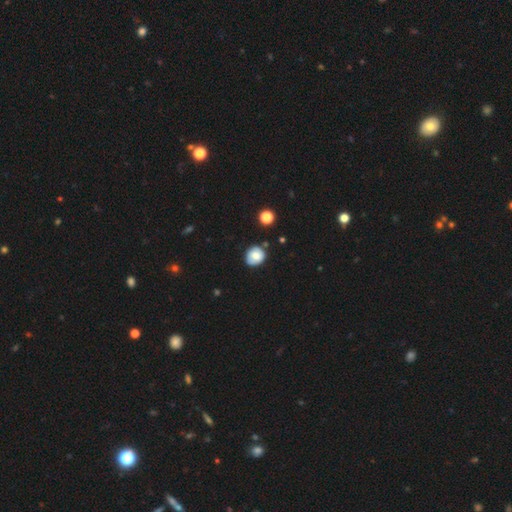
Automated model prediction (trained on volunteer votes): smooth-or-featured: smooth: 67% | featured or disk: 24% | star or artifact: 9%
  how-rounded: round: 77% | in between: 22% | cigar-shaped: 1%
  merging: none: 74% | minor disturbance: 18% | merger: 4% | major disturbance: 4%